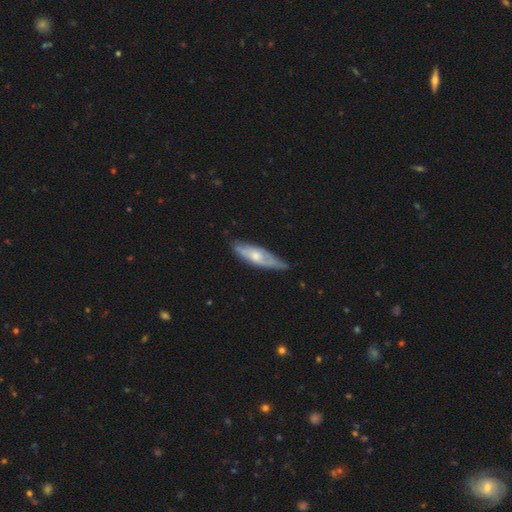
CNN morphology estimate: The model was most divided on "edge-on disk": no: 53%, yes: 47%. More confident: merging — none (64%); smooth or featured — featured or disk (56%).